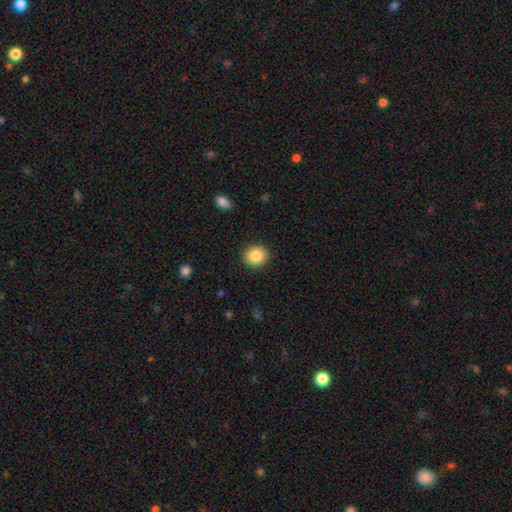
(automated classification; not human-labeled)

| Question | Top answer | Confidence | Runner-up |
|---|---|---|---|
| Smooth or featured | smooth | 86% | star or artifact (9%) |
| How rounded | round | 85% | in between (14%) |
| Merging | none | 90% | minor disturbance (7%) |